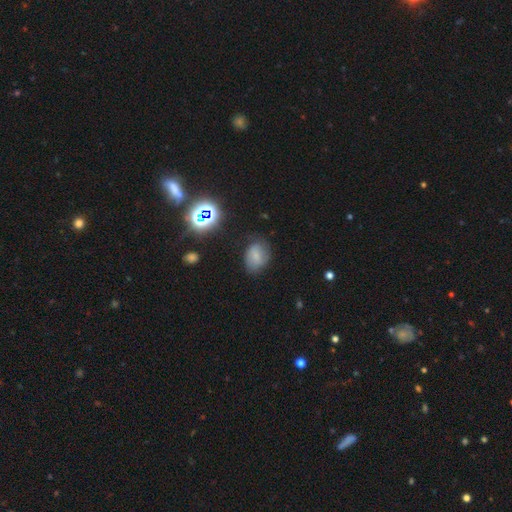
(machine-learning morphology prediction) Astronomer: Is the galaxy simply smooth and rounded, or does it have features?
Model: smooth — 65%.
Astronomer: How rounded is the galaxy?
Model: in between — 70%.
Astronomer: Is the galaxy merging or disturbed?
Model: none — 69%.